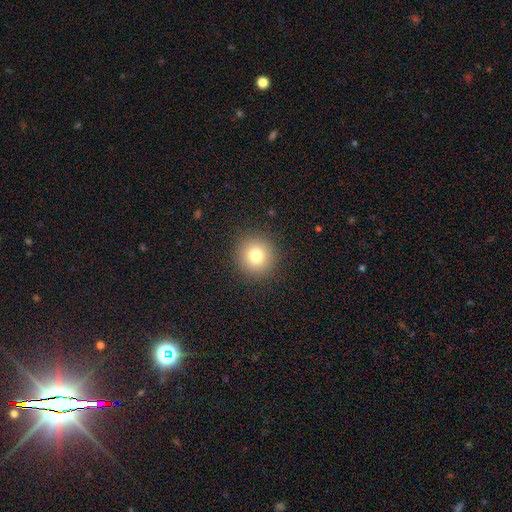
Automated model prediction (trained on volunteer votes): This is likely a smooth galaxy (79%). How rounded: clearly round (93%). Merging: clearly none (91%).